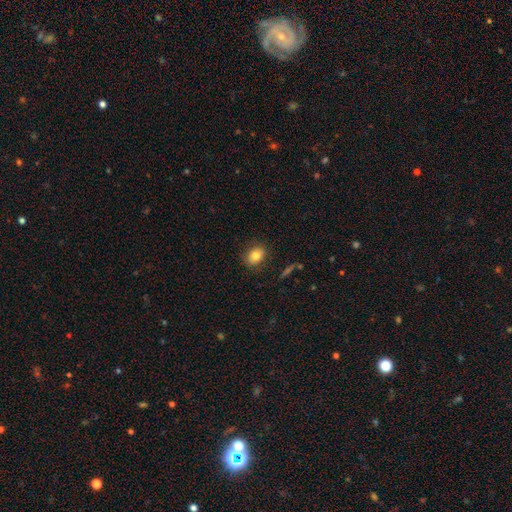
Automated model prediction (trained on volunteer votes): Smooth or featured? smooth (80%)
How rounded? in between (59%)
Merging? none (85%)